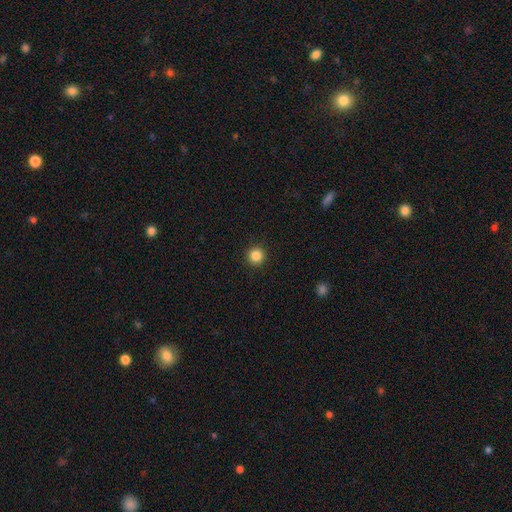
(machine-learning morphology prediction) Smooth or featured?
  - smooth: 86% *
  - star or artifact: 11%
  - featured or disk: 4%
How rounded?
  - round: 96% *
  - in between: 3%
  - cigar-shaped: 1%
Merging?
  - none: 93% *
  - minor disturbance: 4%
  - major disturbance: 2%
  - merger: 1%